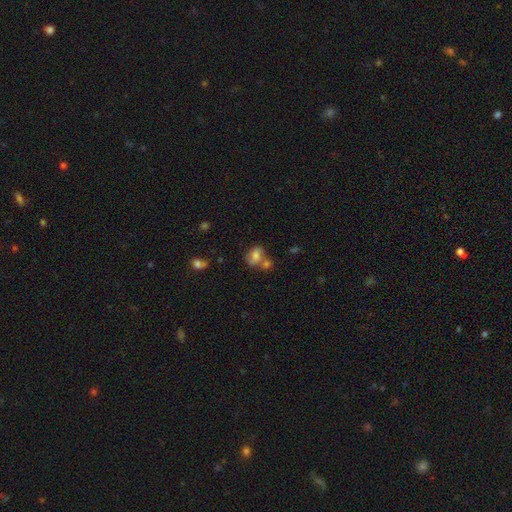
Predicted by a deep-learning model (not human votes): Smooth or featured?
  - smooth: 67% *
  - featured or disk: 21%
  - star or artifact: 12%
How rounded?
  - in between: 68% *
  - round: 30%
  - cigar-shaped: 2%
Merging?
  - none: 39% *
  - merger: 37%
  - minor disturbance: 16%
  - major disturbance: 8%